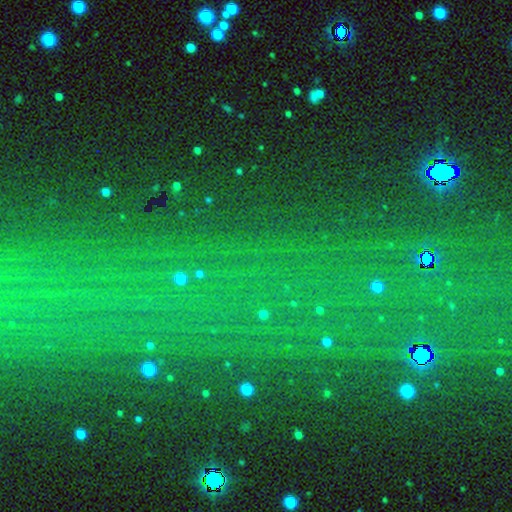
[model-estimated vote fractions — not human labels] smooth_or_featured: star or artifact (p=0.81) [alt: smooth p=0.10]